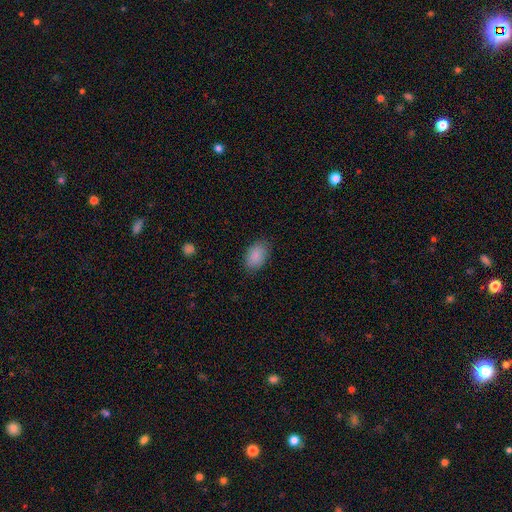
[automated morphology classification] This is clearly a smooth galaxy (88%). How rounded: clearly in between (90%). Merging: clearly none (84%).